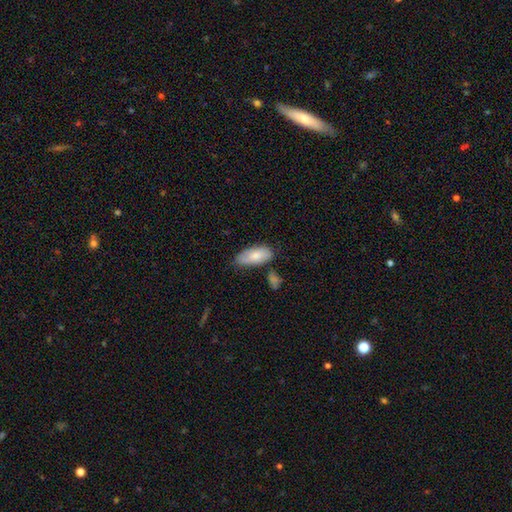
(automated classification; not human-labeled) A smooth galaxy with no disk features (76%) that is in between round and cigar-shaped (90%).

Vote fractions:
- Smooth or featured? smooth: 76% / featured or disk: 18% / star or artifact: 6%
- How rounded? in between: 90% / cigar-shaped: 8% / round: 2%
- Merging? none: 62% / minor disturbance: 25% / merger: 7% / major disturbance: 5%